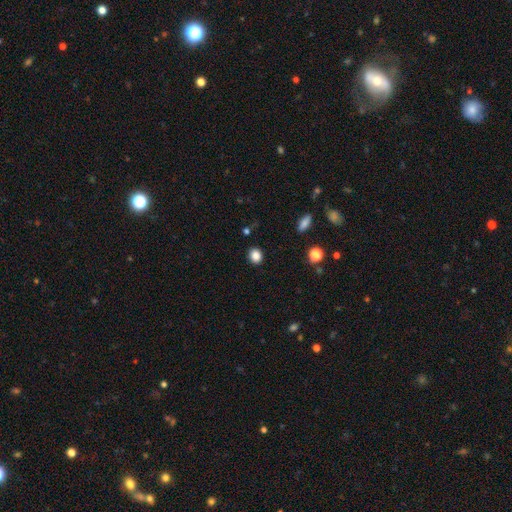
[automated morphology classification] Q: Smooth or featured?
A: smooth (86%); runner-up: star or artifact (10%)
Q: How rounded?
A: round (63%); runner-up: in between (36%)
Q: Merging?
A: none (89%); runner-up: minor disturbance (7%)